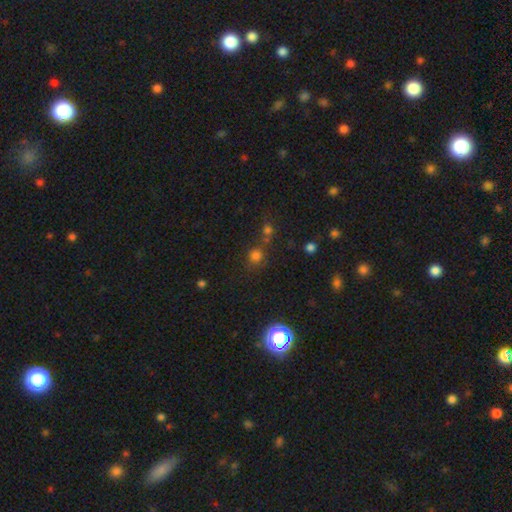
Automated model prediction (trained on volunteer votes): smooth_or_featured: smooth (p=0.69) [alt: star or artifact p=0.24]
how_rounded: round (p=0.87) [alt: in between p=0.12]
merging: none (p=0.60) [alt: merger p=0.23]